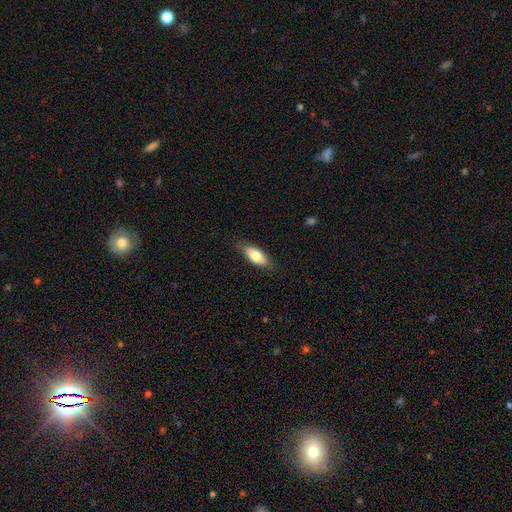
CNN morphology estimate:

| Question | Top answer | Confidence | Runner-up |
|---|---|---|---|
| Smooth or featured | smooth | 75% | featured or disk (19%) |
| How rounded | in between | 79% | cigar-shaped (18%) |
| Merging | none | 82% | minor disturbance (14%) |